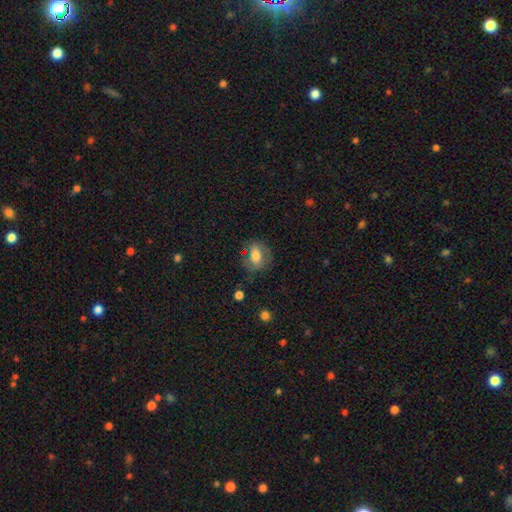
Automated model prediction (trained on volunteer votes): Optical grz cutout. It shows a smooth galaxy with no disk features (69%) that is in between round and cigar-shaped (54%). Merging: none (68%).